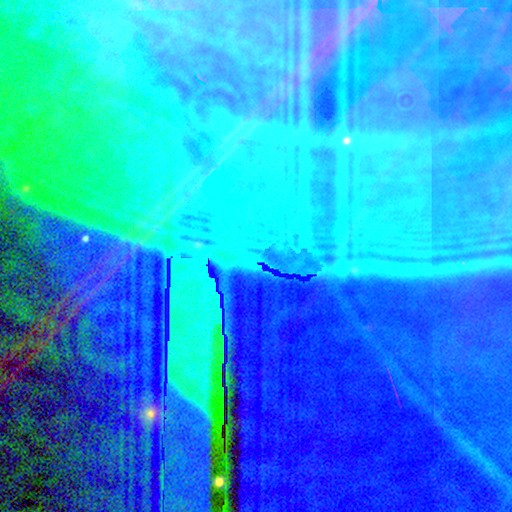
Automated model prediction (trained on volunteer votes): A star or artifact, not a galaxy (87%).

Vote fractions:
- Smooth or featured? star or artifact: 87% / featured or disk: 7% / smooth: 5%